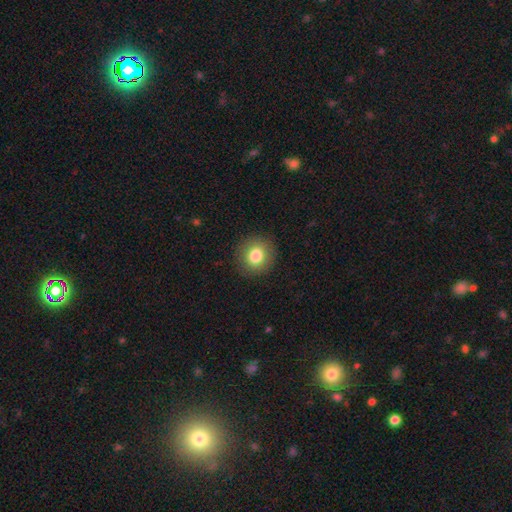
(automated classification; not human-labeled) Smooth or featured: smooth — 81% (star or artifact — 10%)
How rounded: round — 82% (in between — 17%)
Merging: none — 89% (minor disturbance — 7%)